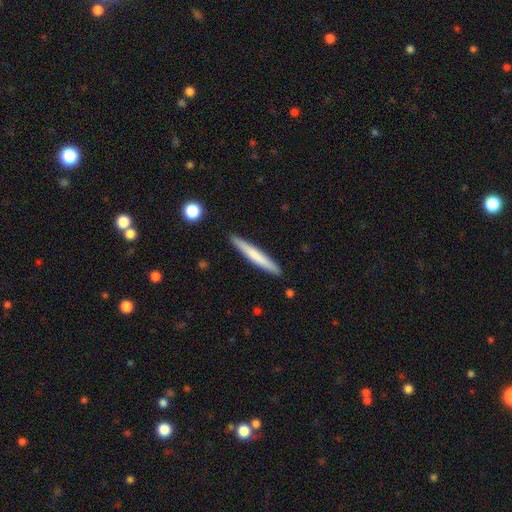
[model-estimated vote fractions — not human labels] Smooth or featured?
  - smooth: 64% *
  - featured or disk: 31%
  - star or artifact: 5%
How rounded?
  - cigar-shaped: 96% *
  - in between: 3%
  - round: 1%
Merging?
  - none: 90% *
  - minor disturbance: 7%
  - merger: 1%
  - major disturbance: 1%